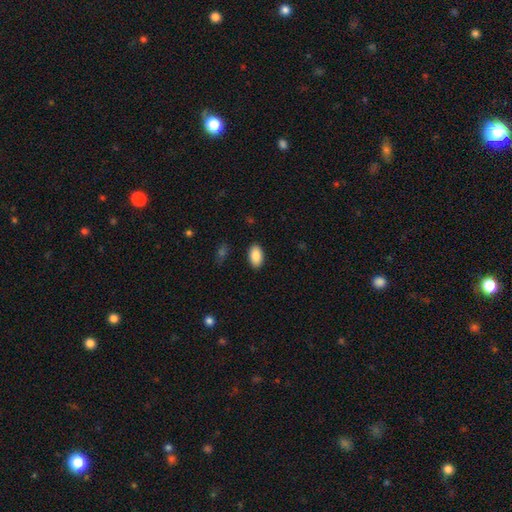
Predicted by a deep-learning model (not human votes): smooth_or_featured: smooth (p=0.90) [alt: star or artifact p=0.07]
how_rounded: in between (p=0.94) [alt: round p=0.05]
merging: none (p=0.88) [alt: minor disturbance p=0.09]